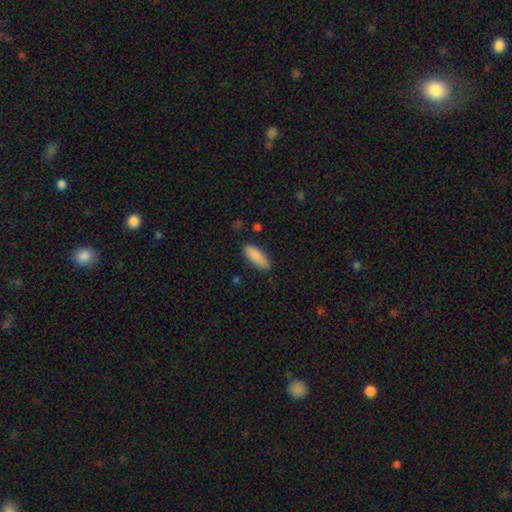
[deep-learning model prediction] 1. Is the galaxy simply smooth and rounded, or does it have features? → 88% smooth, 6% star or artifact, 5% featured or disk.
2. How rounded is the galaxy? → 61% in between, 37% cigar-shaped, 2% round.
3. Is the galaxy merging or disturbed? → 82% none, 14% minor disturbance, 3% major disturbance, 2% merger.